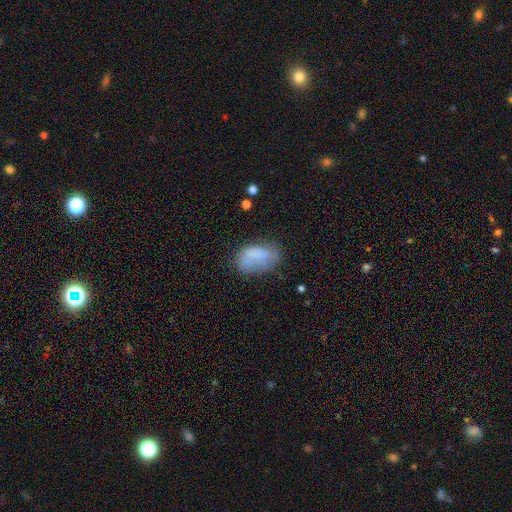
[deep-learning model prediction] Overall: smooth (69%). How rounded: in between (89%). Merging: none (43%; minor disturbance 32%).